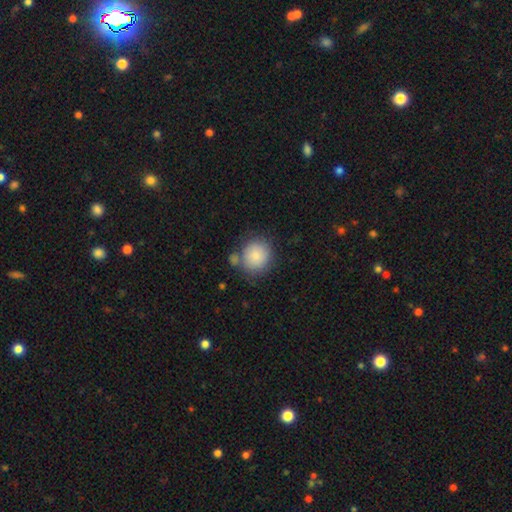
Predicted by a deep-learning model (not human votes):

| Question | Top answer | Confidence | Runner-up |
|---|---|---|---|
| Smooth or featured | smooth | 86% | star or artifact (7%) |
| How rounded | round | 87% | in between (12%) |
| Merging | none | 69% | minor disturbance (14%) |